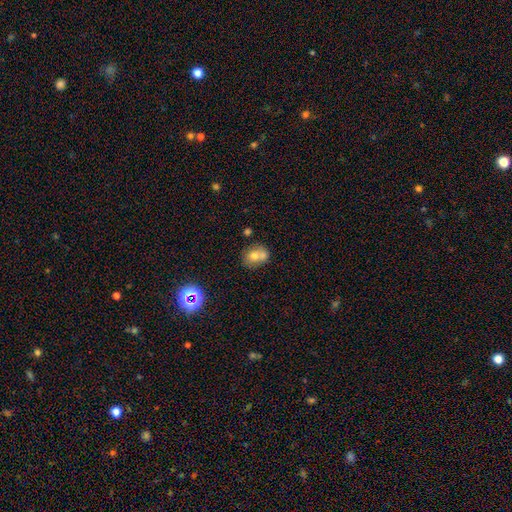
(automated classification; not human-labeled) Smooth or featured?
  - smooth: 67% *
  - featured or disk: 20%
  - star or artifact: 13%
How rounded?
  - round: 57% *
  - in between: 42%
  - cigar-shaped: 1%
Merging?
  - merger: 46% *
  - none: 39%
  - minor disturbance: 11%
  - major disturbance: 4%